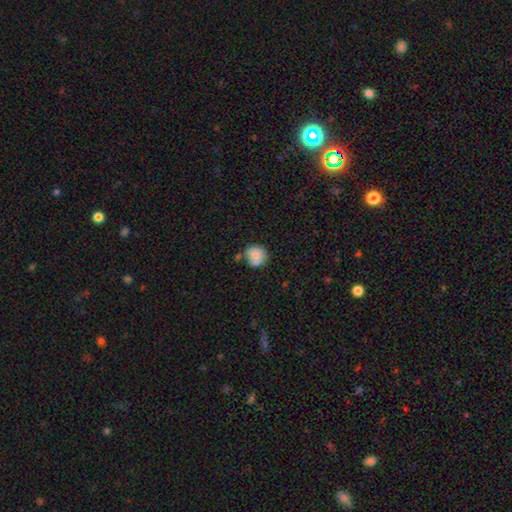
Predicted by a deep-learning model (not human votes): Smooth or featured? Predicted: smooth (p=0.58). How rounded? Predicted: round (p=0.83). Merging? Predicted: none (p=0.56).